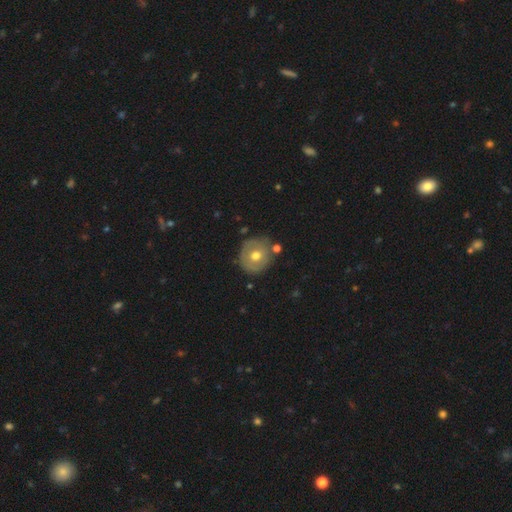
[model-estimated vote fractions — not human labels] The model was most divided on "smooth or featured": smooth: 54%, featured or disk: 39%, star or artifact: 7%. More confident: how rounded — round (85%); merging — none (76%).